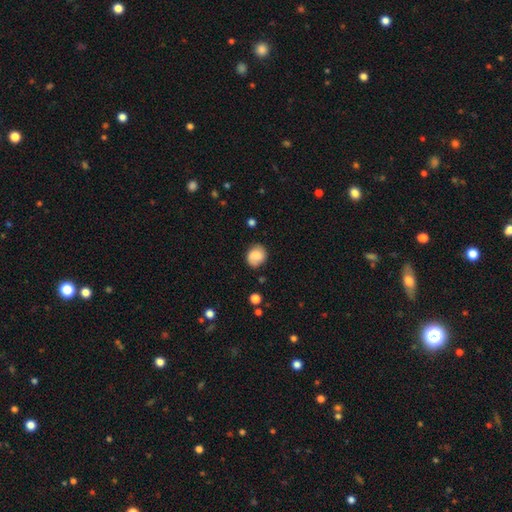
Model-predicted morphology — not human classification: Overall: smooth (75%). How rounded: round (66%; in between 33%). Merging: none (73%).